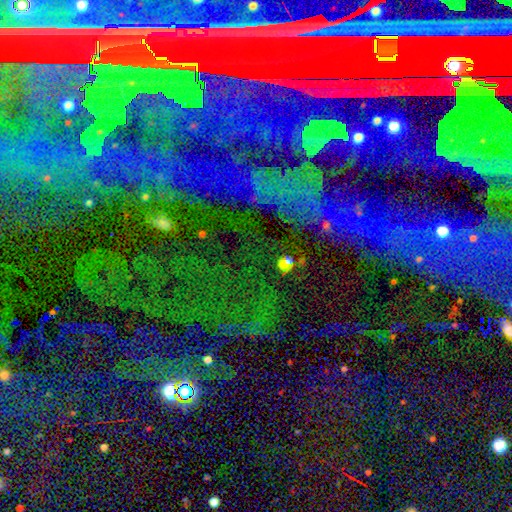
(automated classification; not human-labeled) The model was most divided on "smooth or featured": star or artifact: 82%, featured or disk: 10%, smooth: 8%.